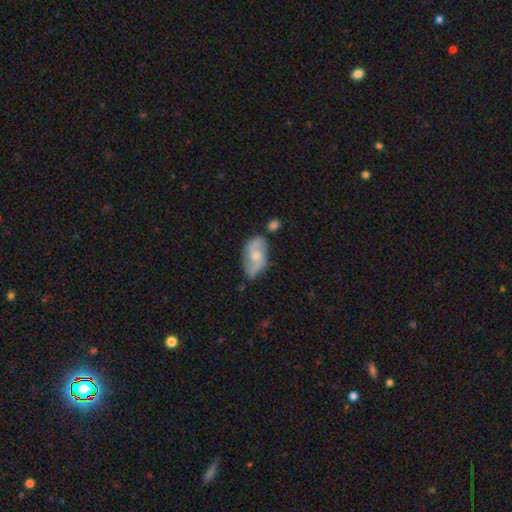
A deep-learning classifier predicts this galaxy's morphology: featured or disk 58%, smooth 35%, star or artifact 7%. Down the decision tree: edge-on disk — no (94%); bar — no (61%); spiral arms — yes (80%); bulge size — moderate (52%); merging — none (59%).